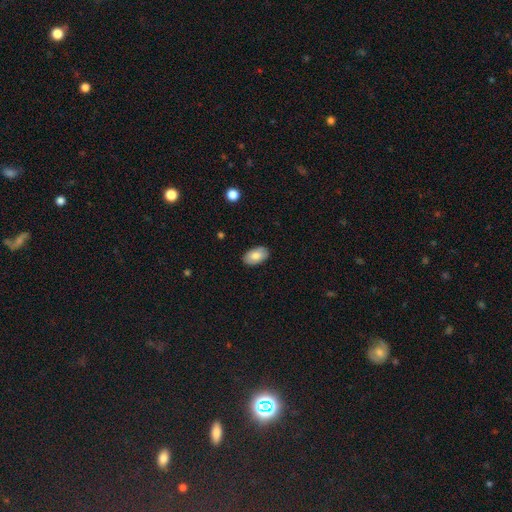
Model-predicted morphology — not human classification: This appears to be a smooth galaxy with no disk features (81%) that is in between round and cigar-shaped (94%). Merging: none (88%).